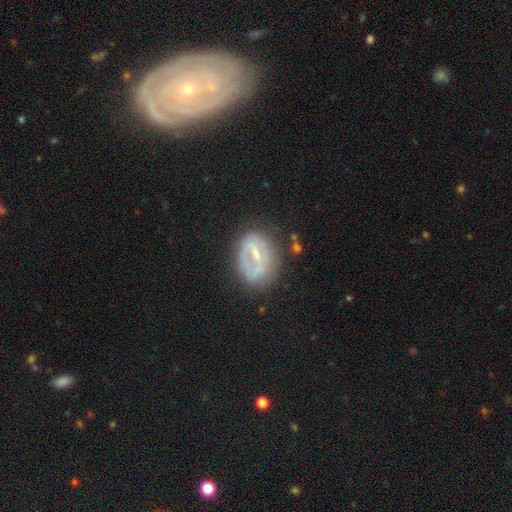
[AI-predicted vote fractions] Smooth or featured? Predicted: featured or disk (p=0.58). Edge-on disk? Predicted: no (p=0.93). Bar? Predicted: strong (p=0.43). Spiral arms? Predicted: no (p=0.68). Bulge size? Predicted: small (p=0.45). Merging? Predicted: none (p=0.60).